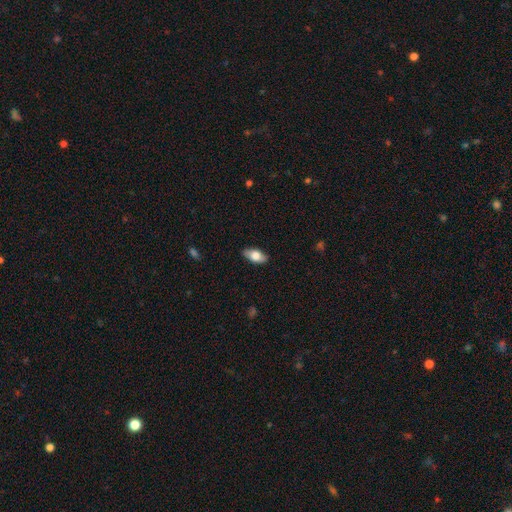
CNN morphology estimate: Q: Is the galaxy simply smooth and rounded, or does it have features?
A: smooth — 72%.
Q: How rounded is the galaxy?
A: in between — 89%.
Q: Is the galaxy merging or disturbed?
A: none — 85%.